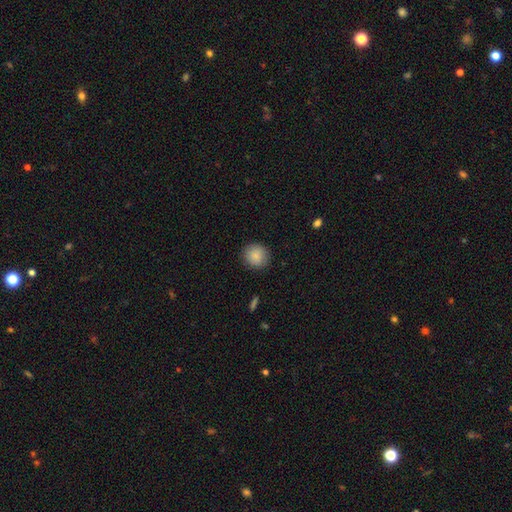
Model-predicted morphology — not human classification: Smooth or featured? smooth (88%)
How rounded? round (89%)
Merging? none (90%)